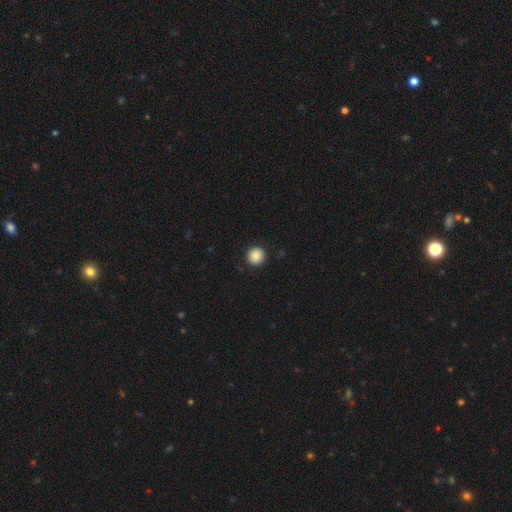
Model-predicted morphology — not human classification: type=smooth (87%); roundness=round (93%); merging=none (91%).